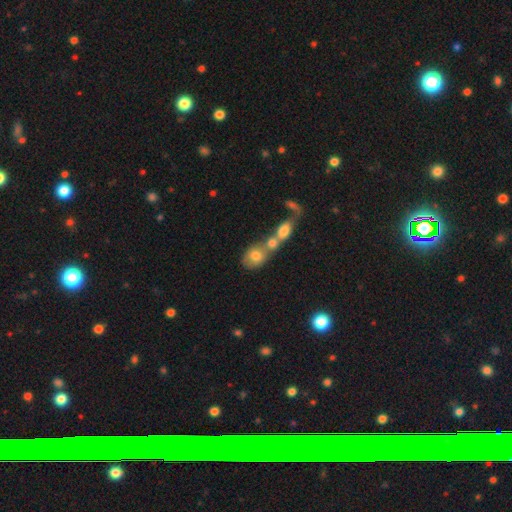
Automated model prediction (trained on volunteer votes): This appears to be a smooth galaxy with no disk features (69%) that is in between round and cigar-shaped (56%). Merging: merger (69%).